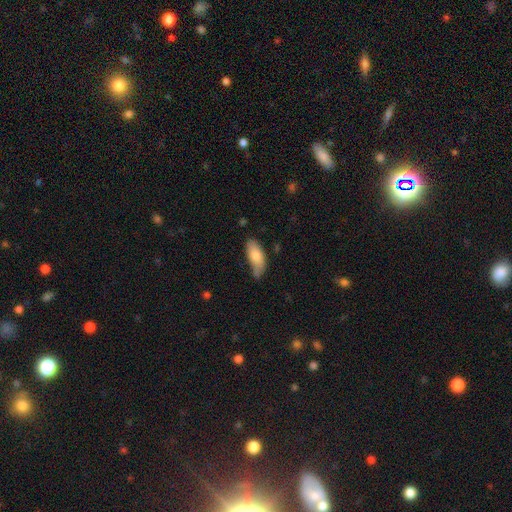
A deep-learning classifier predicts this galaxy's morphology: type=smooth (79%); roundness=in between (86%); merging=none (57%).